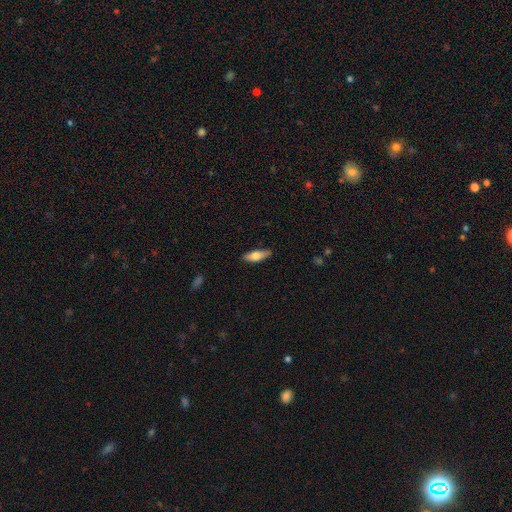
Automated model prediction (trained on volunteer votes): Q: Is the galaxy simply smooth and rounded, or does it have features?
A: smooth — 68%.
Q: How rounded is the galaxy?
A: in between — 58%.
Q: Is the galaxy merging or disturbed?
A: none — 85%.